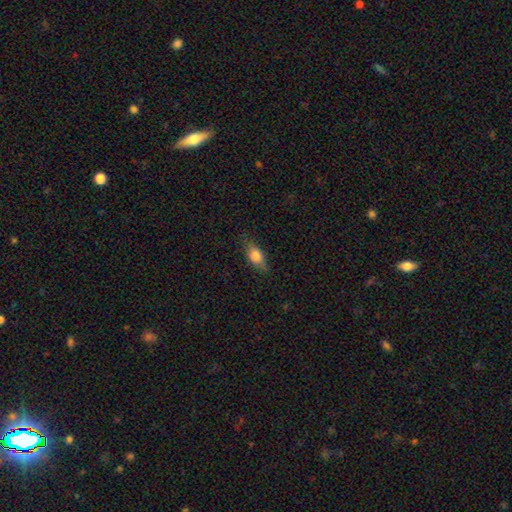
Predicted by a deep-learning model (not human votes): Smooth or featured? Predicted: smooth (p=0.75). How rounded? Predicted: in between (p=0.80). Merging? Predicted: none (p=0.77).